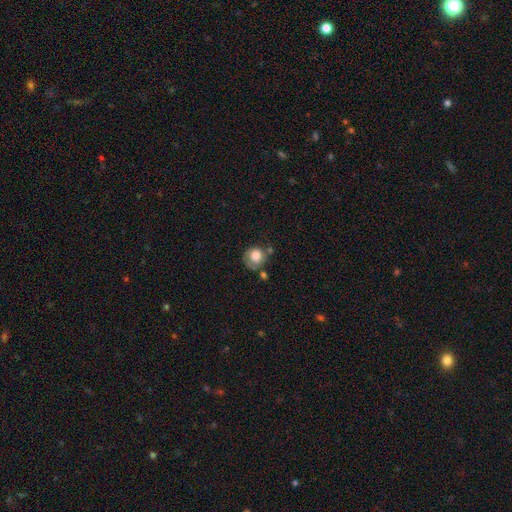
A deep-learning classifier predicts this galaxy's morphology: The model was most divided on "merging": none: 51%, minor disturbance: 25%, major disturbance: 12%, merger: 11%. More confident: how rounded — round (82%); smooth or featured — smooth (73%).